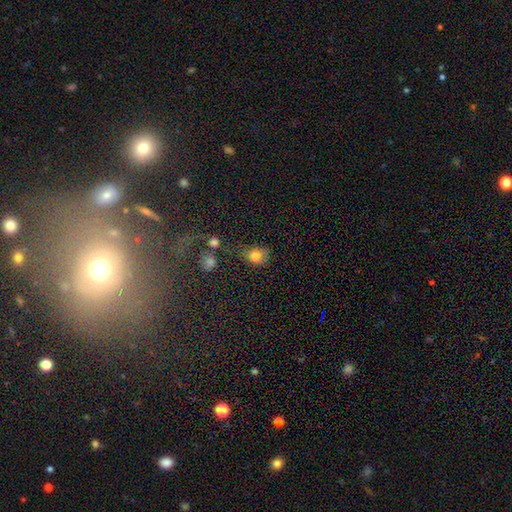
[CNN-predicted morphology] This is clearly a smooth galaxy (81%). How rounded: possibly round (55%). Merging: possibly none (51%).